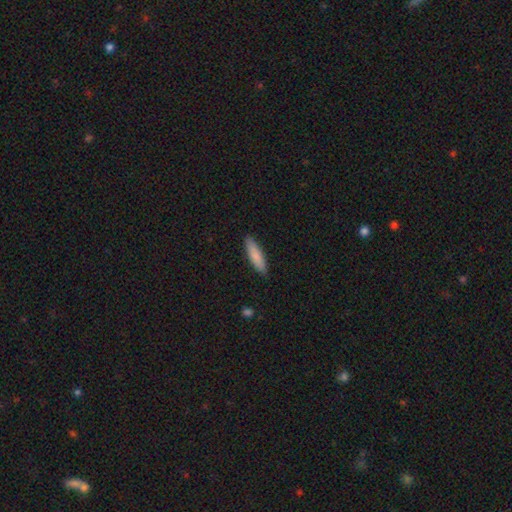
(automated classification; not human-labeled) This is clearly a smooth galaxy (82%). How rounded: likely cigar-shaped (74%). Merging: clearly none (89%).